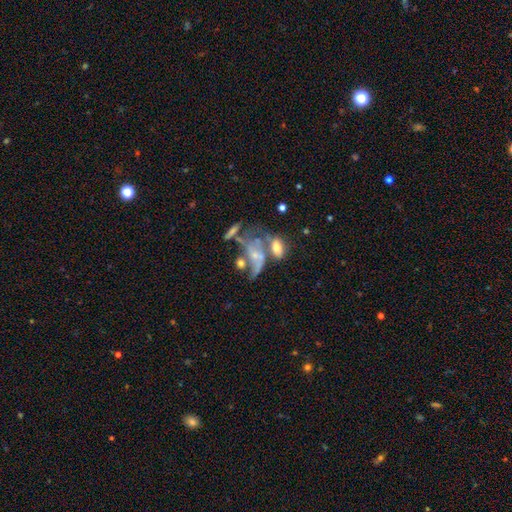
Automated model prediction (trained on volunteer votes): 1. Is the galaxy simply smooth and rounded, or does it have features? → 57% featured or disk, 30% smooth, 13% star or artifact.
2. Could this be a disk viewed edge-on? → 93% no, 7% yes.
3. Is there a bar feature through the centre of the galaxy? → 79% no, 16% weak, 5% strong.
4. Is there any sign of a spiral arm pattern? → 58% no, 42% yes.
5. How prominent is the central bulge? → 48% small, 24% none, 23% moderate, 4% large, 2% dominant.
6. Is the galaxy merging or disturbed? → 42% merger, 28% major disturbance, 18% none, 13% minor disturbance.